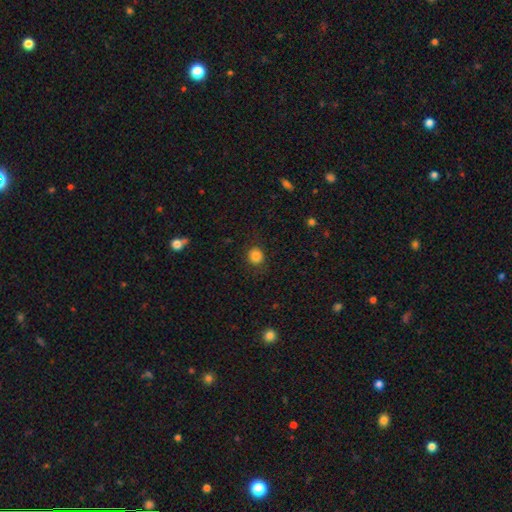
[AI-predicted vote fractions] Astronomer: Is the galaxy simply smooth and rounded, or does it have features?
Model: smooth — 85%.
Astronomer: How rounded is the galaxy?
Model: round — 85%.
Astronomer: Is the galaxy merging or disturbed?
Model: none — 84%.